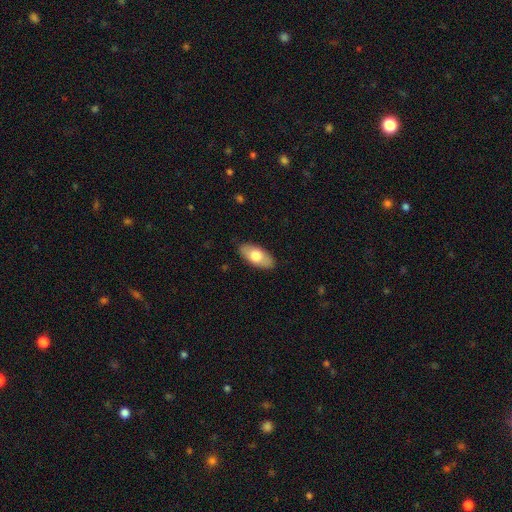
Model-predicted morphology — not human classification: Smooth or featured? smooth (71%)
How rounded? in between (90%)
Merging? none (87%)